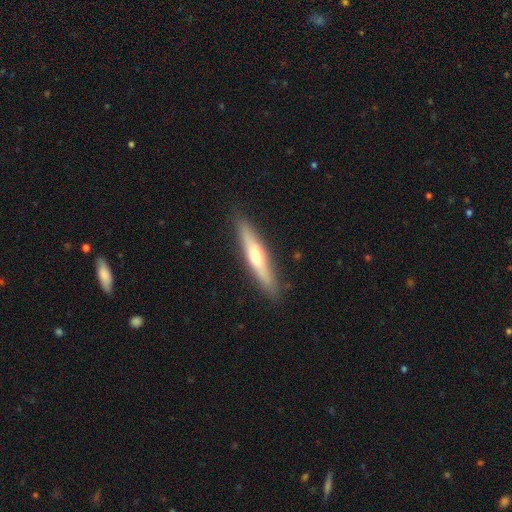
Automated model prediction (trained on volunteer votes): smooth_or_featured: featured or disk (p=0.54) [alt: smooth p=0.40]
disk_edge_on: yes (p=0.93) [alt: no p=0.07]
merging: none (p=0.89) [alt: minor disturbance p=0.08]